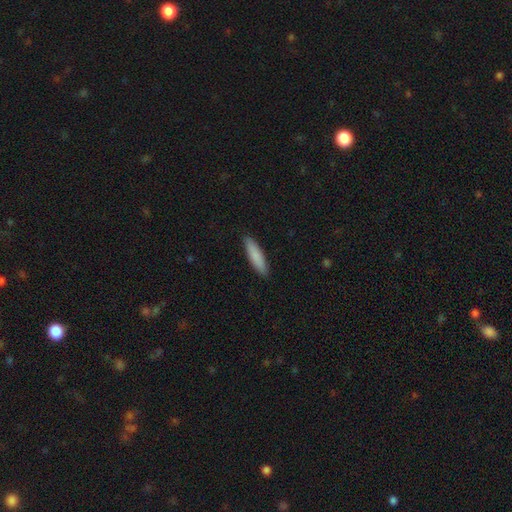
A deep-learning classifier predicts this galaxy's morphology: A smooth galaxy with no disk features (85%) that is cigar-shaped (76%). Merging: none (90%).